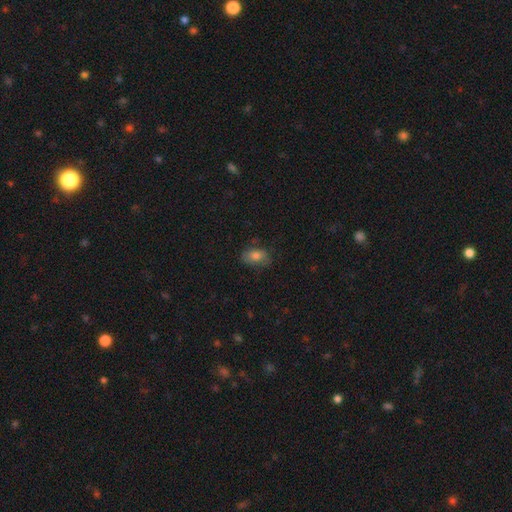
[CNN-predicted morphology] A smooth galaxy with no disk features (77%) that is in between round and cigar-shaped (85%). Merging: none (70%).